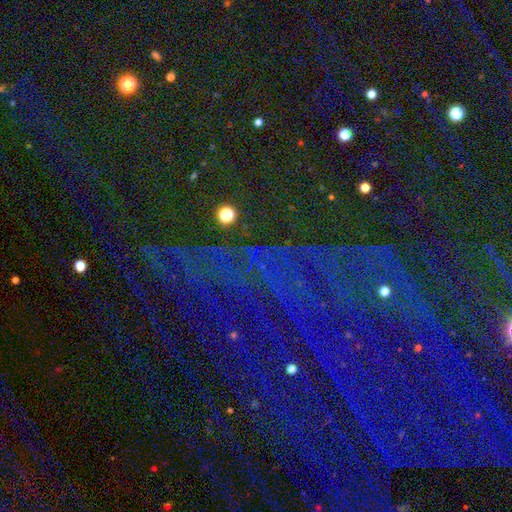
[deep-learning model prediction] Smooth or featured?
  - star or artifact: 86% *
  - featured or disk: 7%
  - smooth: 7%